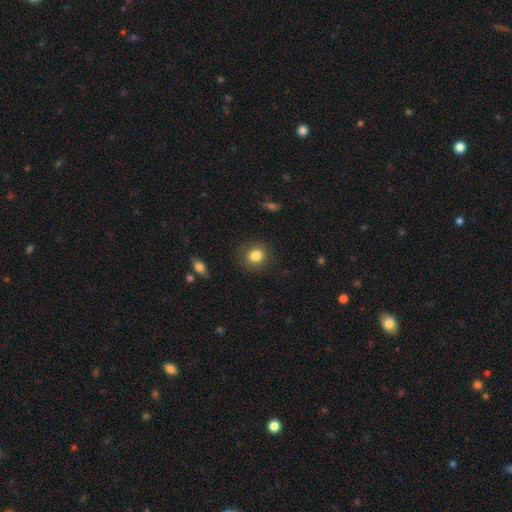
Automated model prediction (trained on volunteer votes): smooth_or_featured: smooth (p=0.83) [alt: star or artifact p=0.09]
how_rounded: round (p=0.81) [alt: in between p=0.18]
merging: none (p=0.84) [alt: minor disturbance p=0.11]